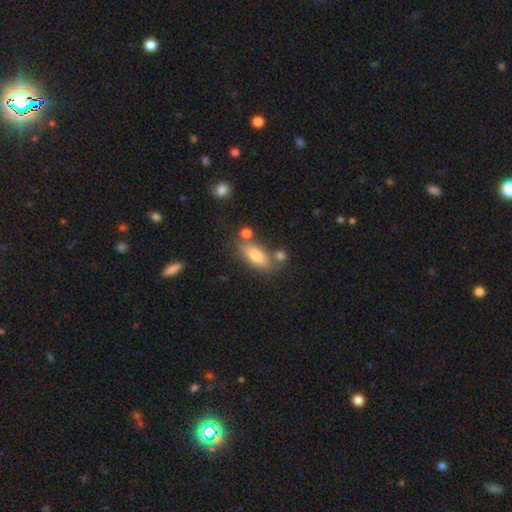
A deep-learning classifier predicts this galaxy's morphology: Smooth or featured: smooth — 77% (featured or disk — 15%)
How rounded: in between — 76% (cigar-shaped — 20%)
Merging: none — 64% (merger — 16%)